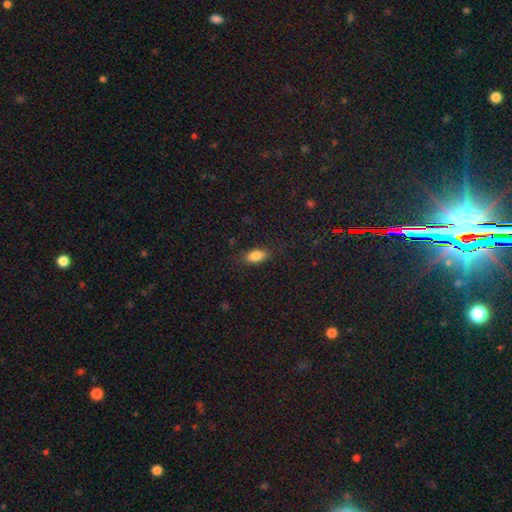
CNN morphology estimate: smooth-or-featured: smooth: 85% | star or artifact: 8% | featured or disk: 7%
  how-rounded: in between: 89% | cigar-shaped: 6% | round: 5%
  merging: none: 85% | minor disturbance: 11% | major disturbance: 3% | merger: 1%